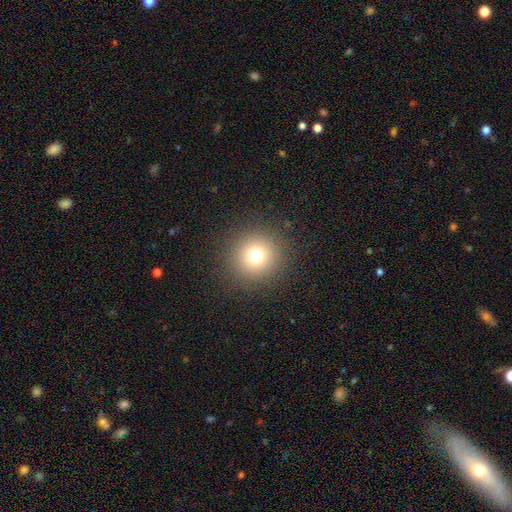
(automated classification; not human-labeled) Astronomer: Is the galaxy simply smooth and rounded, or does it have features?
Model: smooth — 73%.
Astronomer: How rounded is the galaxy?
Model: round — 94%.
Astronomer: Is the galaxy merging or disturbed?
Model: none — 90%.